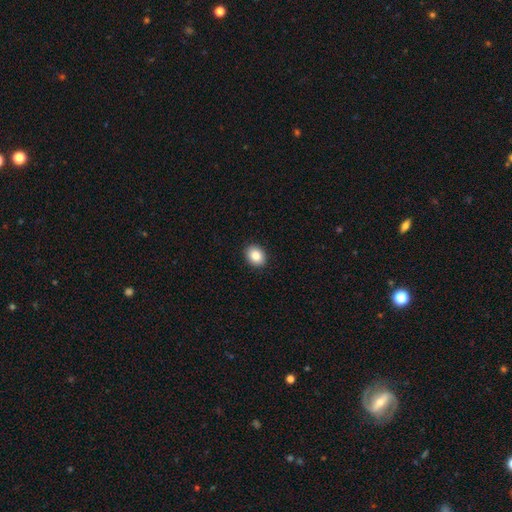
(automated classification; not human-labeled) smooth-or-featured: smooth: 86% | star or artifact: 8% | featured or disk: 6%
  how-rounded: in between: 56% | round: 43% | cigar-shaped: 1%
  merging: none: 91% | minor disturbance: 6% | major disturbance: 2% | merger: 1%